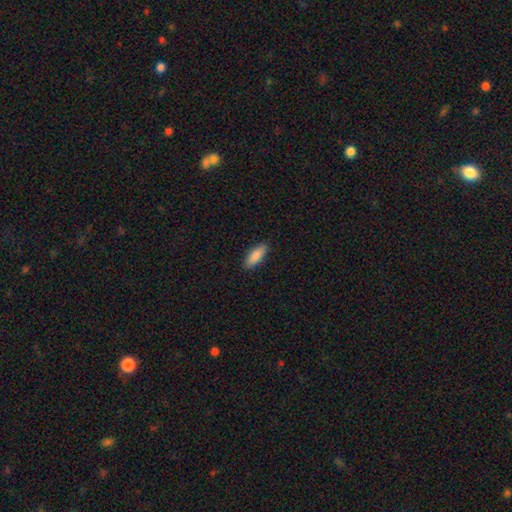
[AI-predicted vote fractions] A smooth galaxy with no disk features (88%) that is in between round and cigar-shaped (67%). Merging: none (89%).